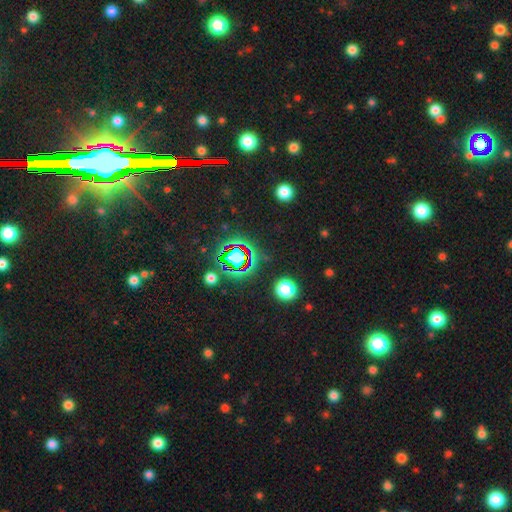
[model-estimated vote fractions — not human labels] Q: Smooth or featured?
A: star or artifact (82%); runner-up: smooth (9%)